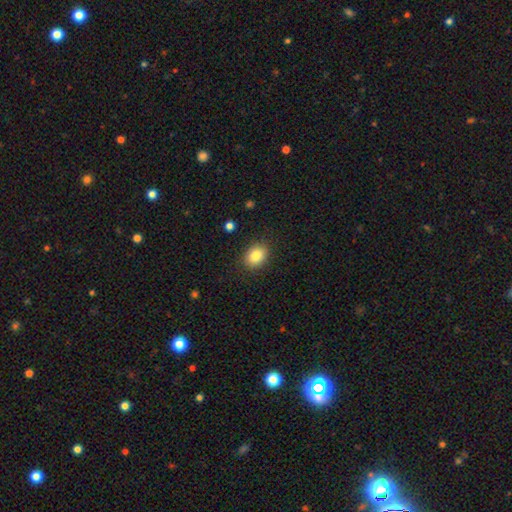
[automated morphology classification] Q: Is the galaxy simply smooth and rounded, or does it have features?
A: smooth — 84%.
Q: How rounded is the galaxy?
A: in between — 63%.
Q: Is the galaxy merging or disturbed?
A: none — 87%.